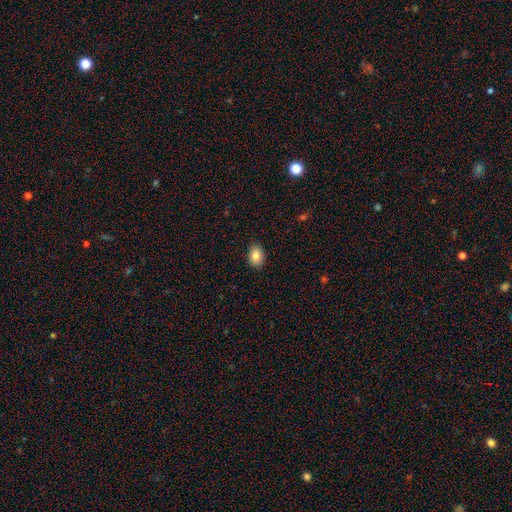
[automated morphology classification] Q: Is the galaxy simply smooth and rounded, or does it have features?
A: smooth — 85%.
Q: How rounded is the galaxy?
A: in between — 76%.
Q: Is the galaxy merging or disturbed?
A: none — 88%.